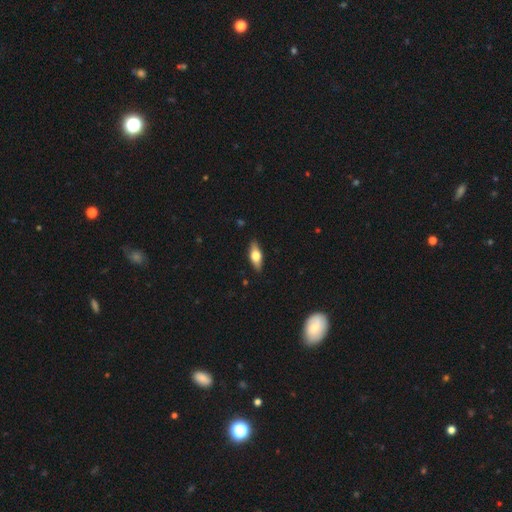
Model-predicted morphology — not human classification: Smooth or featured? smooth (50%)
How rounded? in between (68%)
Merging? none (87%)